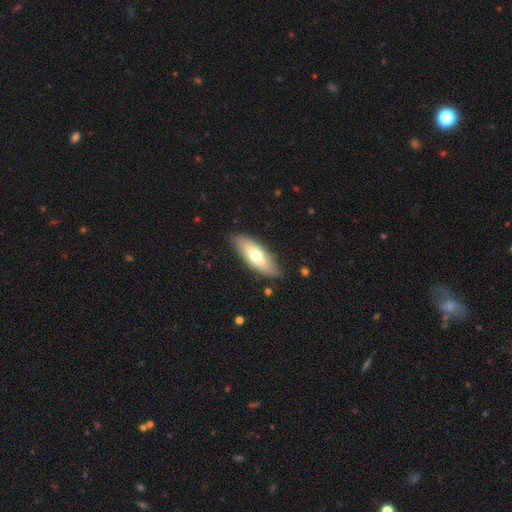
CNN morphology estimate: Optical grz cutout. It shows a smooth galaxy with no disk features (67%) that is in between round and cigar-shaped (67%). Merging: none (85%).